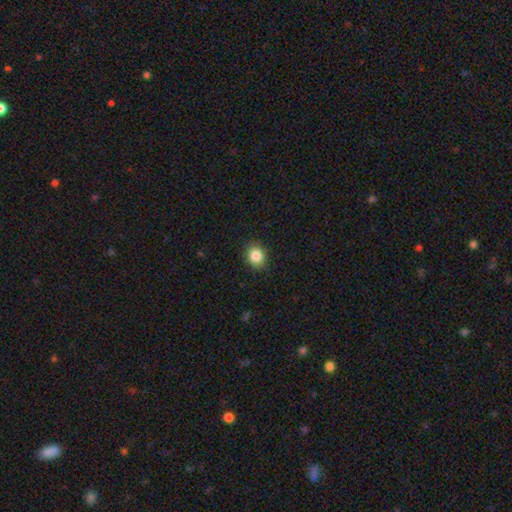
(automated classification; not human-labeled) Smooth or featured: smooth — 86% (star or artifact — 9%)
How rounded: round — 59% (in between — 40%)
Merging: none — 88% (minor disturbance — 9%)